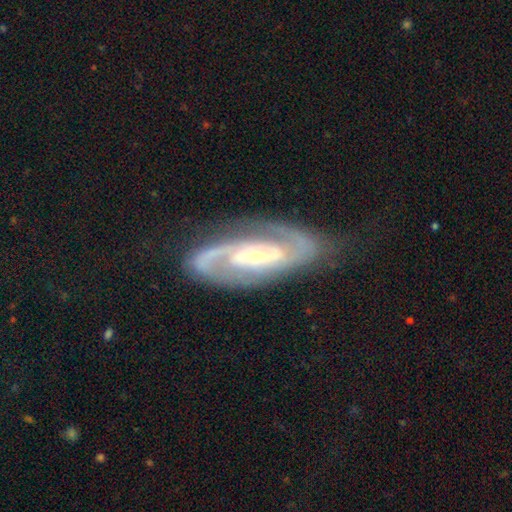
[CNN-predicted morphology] smooth_or_featured: featured or disk (p=0.90) [alt: smooth p=0.05]
disk_edge_on: no (p=0.95) [alt: yes p=0.05]
bar: weak (p=0.37) [alt: strong p=0.32]
has_spiral_arms: yes (p=0.97) [alt: no p=0.03]
spiral_winding: medium (p=0.49) [alt: tight p=0.40]
spiral_arm_count: 2 (p=0.89) [alt: can't tell p=0.04]
bulge_size: small (p=0.62) [alt: moderate p=0.32]
merging: none (p=0.77) [alt: minor disturbance p=0.15]